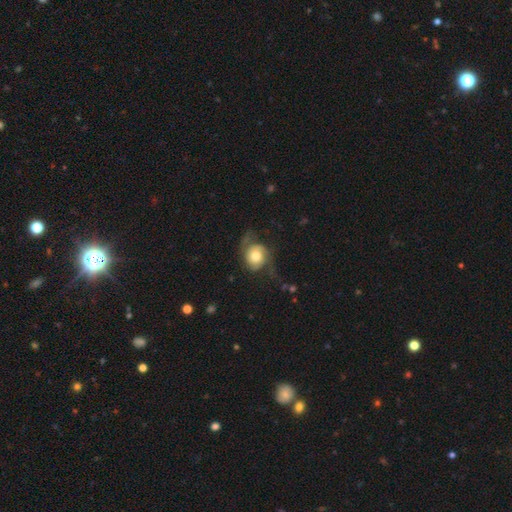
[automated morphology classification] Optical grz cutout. It shows a featured or disk galaxy (52%). Merging: none (47%).